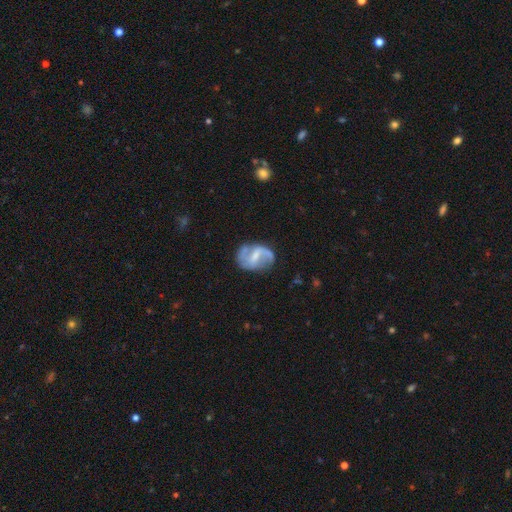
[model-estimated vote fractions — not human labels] This is likely a featured or disk galaxy (78%). It is clearly not viewed edge-on (98%). Bar: possibly weak (52%). Spiral arm pattern: clearly yes (88%). Spiral arm count: clearly 2 (84%). Spiral winding: possibly loose (52%). Central bulge: marginally small (43%). Merging: likely none (62%).